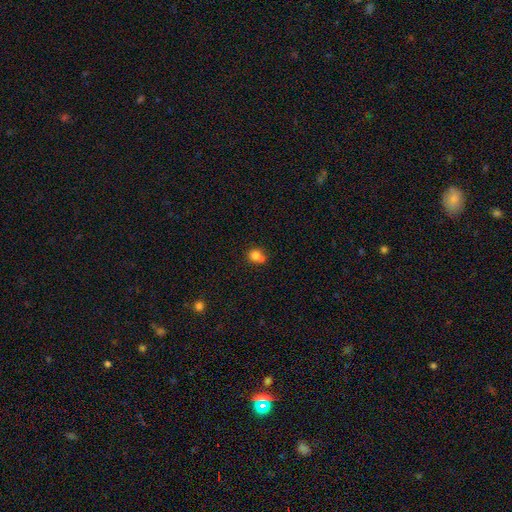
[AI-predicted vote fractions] Q: Smooth or featured?
A: smooth (78%); runner-up: star or artifact (12%)
Q: How rounded?
A: round (78%); runner-up: in between (21%)
Q: Merging?
A: none (43%); tied with: merger (43%)